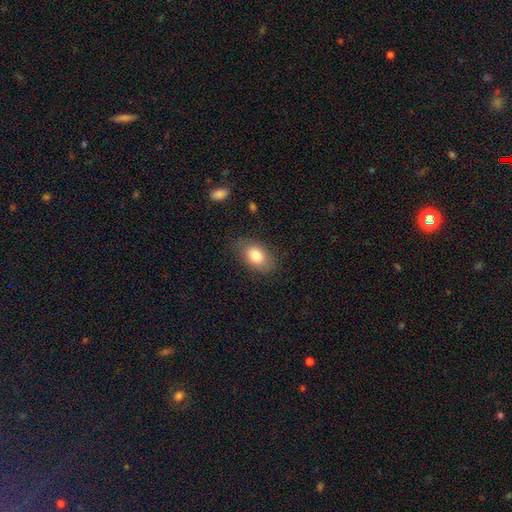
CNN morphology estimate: Smooth or featured? Predicted: smooth (p=0.79). How rounded? Predicted: in between (p=0.83). Merging? Predicted: none (p=0.76).